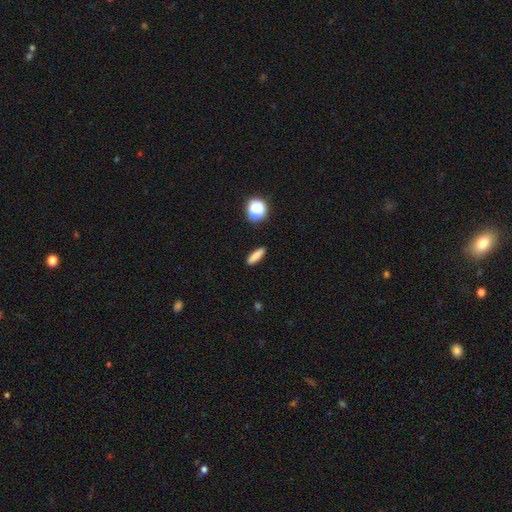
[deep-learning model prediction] smooth 83%, star or artifact 10%, featured or disk 7%. Down the decision tree: how rounded — cigar-shaped (61%); merging — none (90%).